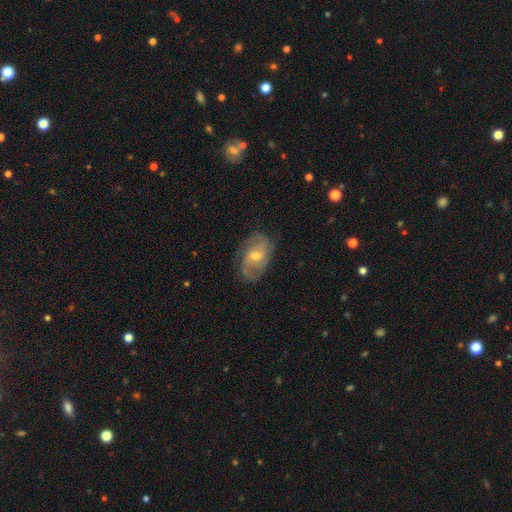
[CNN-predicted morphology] type=featured or disk (79%); edge-on=no (96%); bar=no (45%); spiral arms=yes (92%); winding=medium (45%); arm count=2 (56%); bulge=moderate (60%); merging=none (73%).